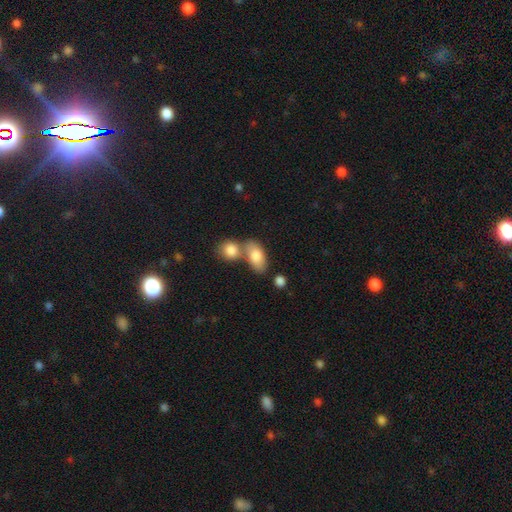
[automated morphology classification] type=smooth (81%); roundness=in between (89%); merging=merger (46%).